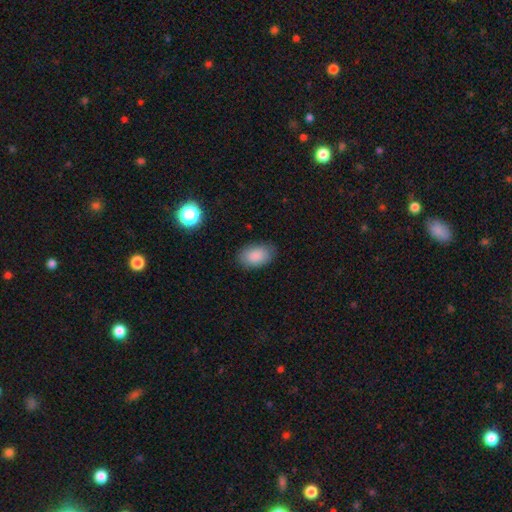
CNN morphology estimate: This appears to be a smooth galaxy with no disk features (86%) that is in between round and cigar-shaped (90%). Merging: none (82%).